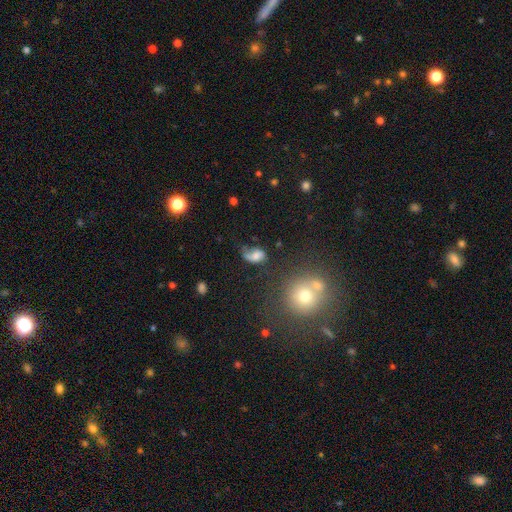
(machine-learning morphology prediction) Overall: smooth (53%; featured or disk 34%). How rounded: in between (78%). Merging: none (34%; major disturbance 29%).